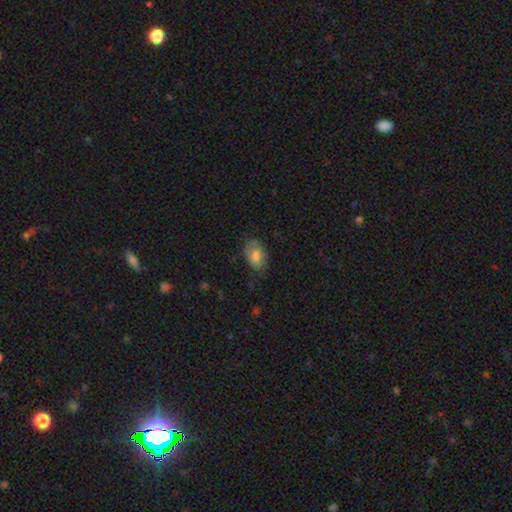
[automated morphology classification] type=smooth (66%); roundness=in between (87%); merging=none (65%).